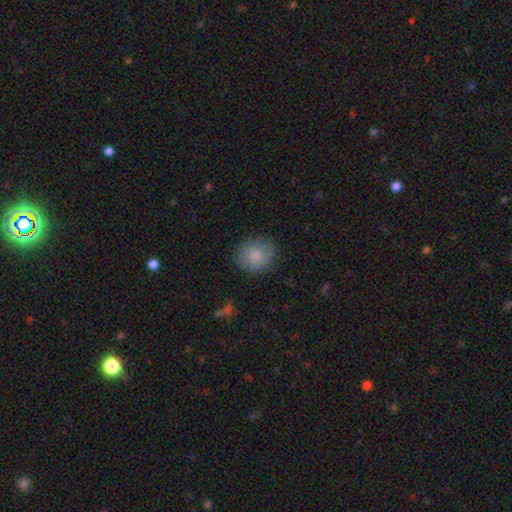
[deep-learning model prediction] This is clearly a smooth galaxy (84%). How rounded: clearly round (84%). Merging: clearly none (83%).